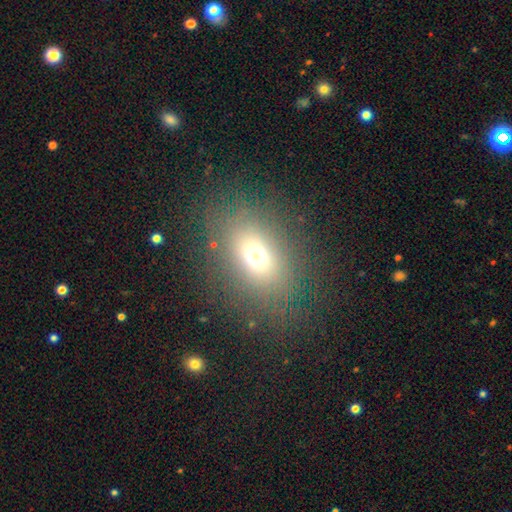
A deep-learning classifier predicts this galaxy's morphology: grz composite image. It shows a smooth galaxy with no disk features (68%) that is in between round and cigar-shaped (70%). Merging: none (79%).